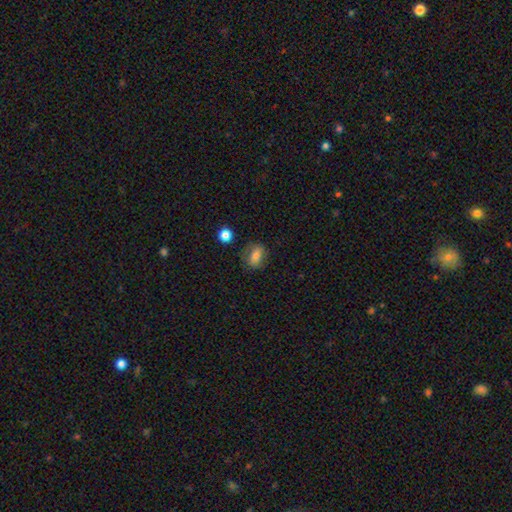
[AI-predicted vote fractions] Smooth or featured: smooth — 72% (featured or disk — 18%)
How rounded: in between — 68% (round — 29%)
Merging: none — 74% (minor disturbance — 18%)